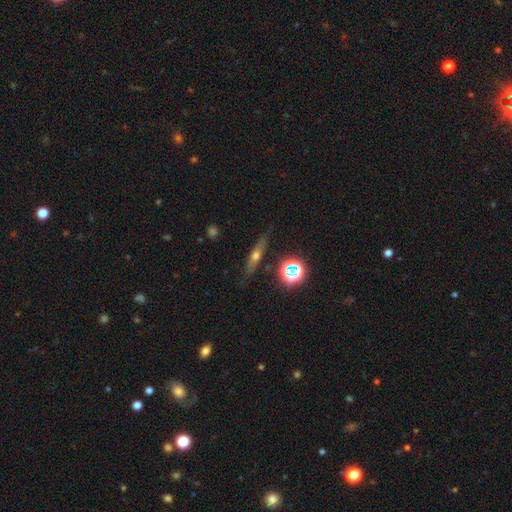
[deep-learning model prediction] This is marginally a featured or disk galaxy (45%). Merging: clearly none (80%).